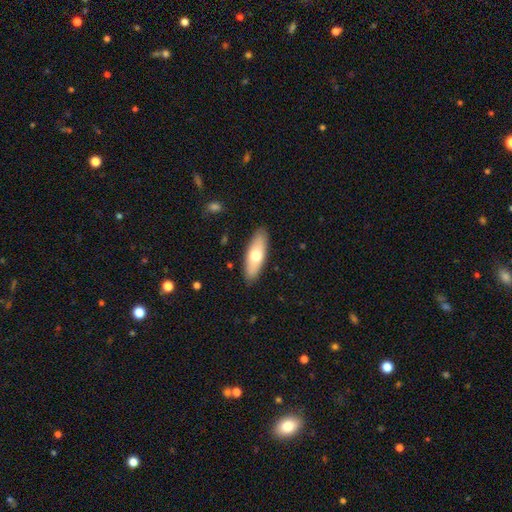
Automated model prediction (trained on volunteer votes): smooth-or-featured: smooth: 66% | featured or disk: 28% | star or artifact: 5%
  how-rounded: in between: 63% | cigar-shaped: 35% | round: 2%
  merging: none: 88% | minor disturbance: 9% | major disturbance: 2% | merger: 1%